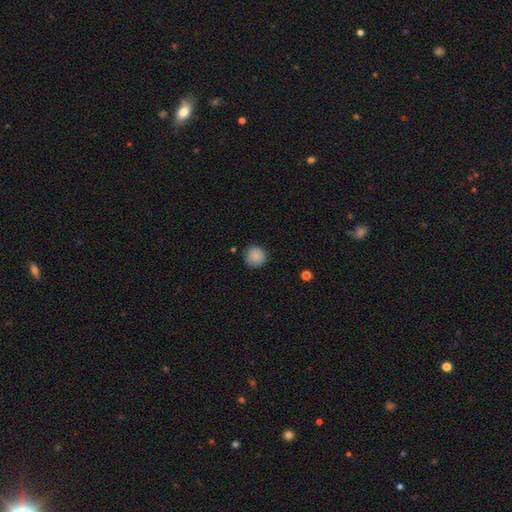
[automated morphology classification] Overall: smooth (88%). How rounded: round (94%). Merging: none (87%).